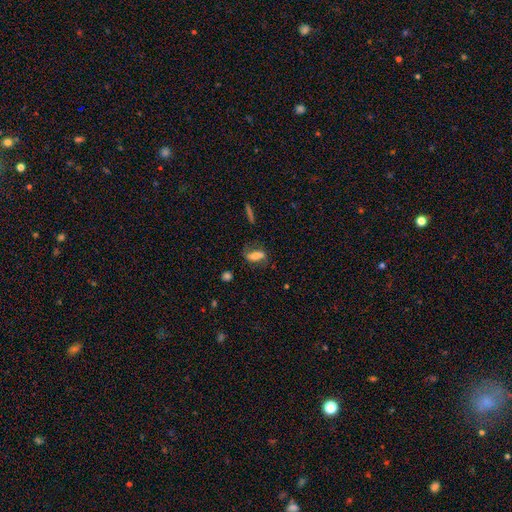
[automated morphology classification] This appears to be a smooth galaxy with no disk features (48%). Merging: none (65%).